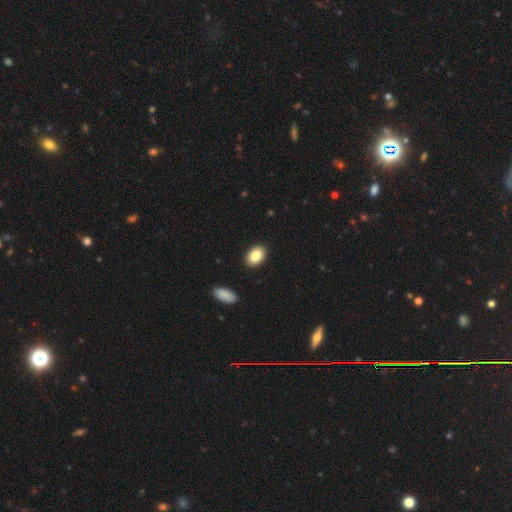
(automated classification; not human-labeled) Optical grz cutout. It shows a smooth galaxy with no disk features (86%) that is in between round and cigar-shaped (87%). Merging: none (90%).